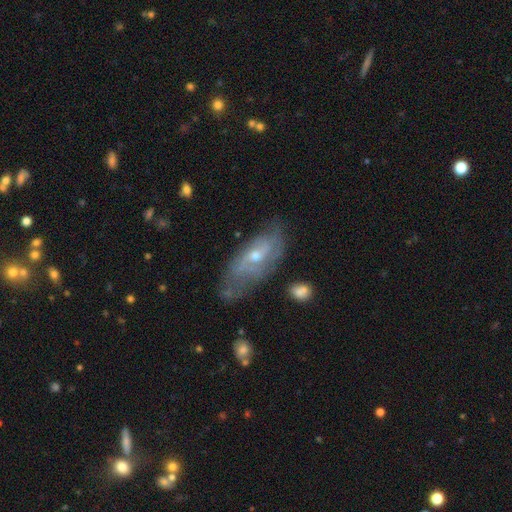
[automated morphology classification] Q: Smooth or featured?
A: featured or disk (73%); runner-up: smooth (20%)
Q: Edge-on disk?
A: no (89%); runner-up: yes (11%)
Q: Bar?
A: no (48%); runner-up: weak (43%)
Q: Spiral arms?
A: yes (84%); runner-up: no (16%)
Q: Spiral winding?
A: medium (42%); runner-up: tight (32%)
Q: Spiral arm count?
A: 2 (51%); runner-up: can't tell (33%)
Q: Bulge size?
A: moderate (52%); runner-up: small (43%)
Q: Merging?
A: none (58%); runner-up: minor disturbance (27%)